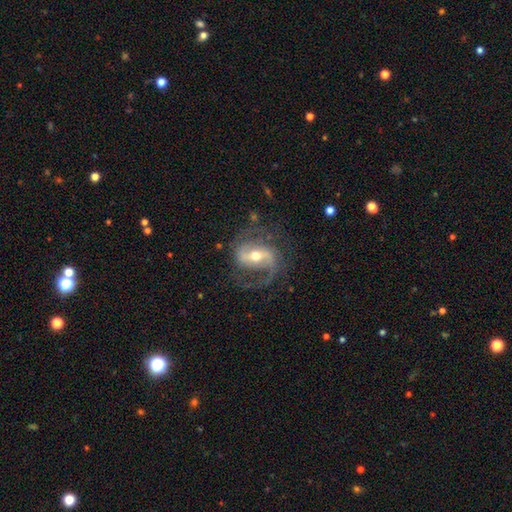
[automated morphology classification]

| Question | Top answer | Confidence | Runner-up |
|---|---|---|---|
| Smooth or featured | featured or disk | 88% | smooth (7%) |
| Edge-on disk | no | 97% | yes (3%) |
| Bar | strong | 45% | weak (39%) |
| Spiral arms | yes | 95% | no (5%) |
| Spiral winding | medium | 50% | loose (35%) |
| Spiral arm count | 2 | 79% | 1 (12%) |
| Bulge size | moderate | 63% | small (31%) |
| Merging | none | 67% | minor disturbance (17%) |